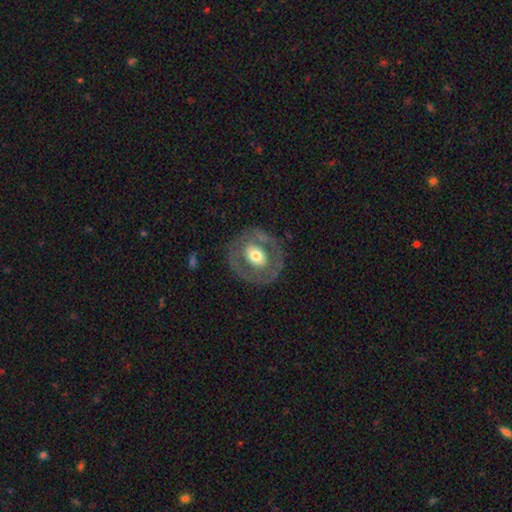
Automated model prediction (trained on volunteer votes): Smooth or featured?
  - featured or disk: 53% *
  - smooth: 41%
  - star or artifact: 6%
Edge-on disk?
  - no: 94% *
  - yes: 6%
Merging?
  - none: 77% *
  - minor disturbance: 13%
  - major disturbance: 9%
  - merger: 1%